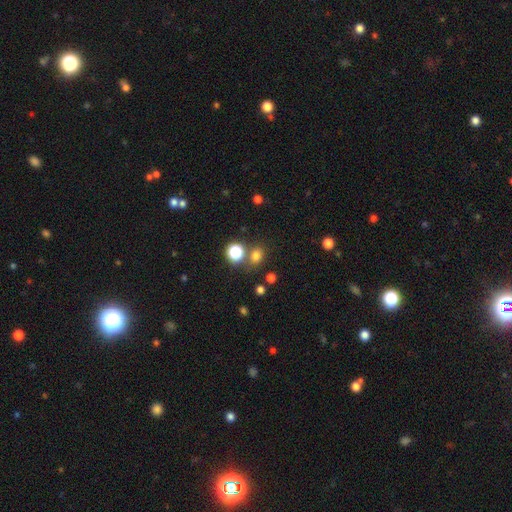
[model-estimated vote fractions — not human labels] smooth_or_featured: smooth (p=0.74) [alt: star or artifact p=0.20]
how_rounded: round (p=0.58) [alt: in between p=0.41]
merging: none (p=0.72) [alt: merger p=0.14]